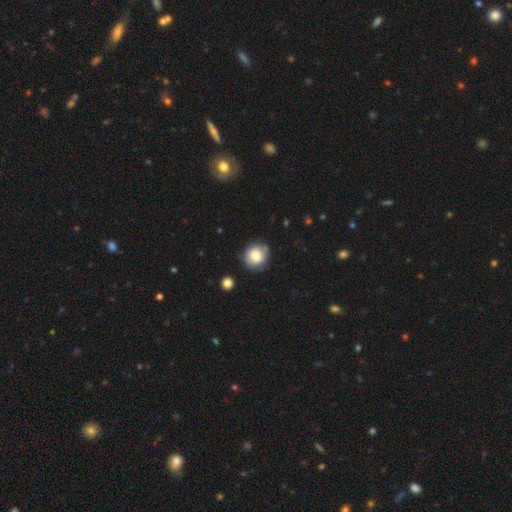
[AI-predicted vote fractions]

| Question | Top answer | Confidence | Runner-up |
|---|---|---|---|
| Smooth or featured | smooth | 77% | featured or disk (14%) |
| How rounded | round | 85% | in between (14%) |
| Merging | none | 79% | minor disturbance (15%) |